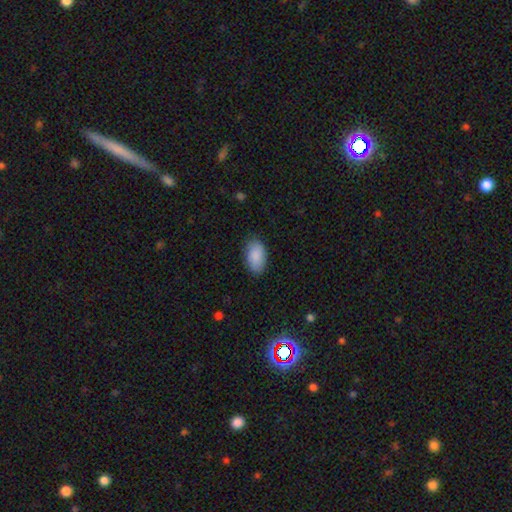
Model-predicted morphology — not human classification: Q: Smooth or featured?
A: smooth (89%); runner-up: star or artifact (6%)
Q: How rounded?
A: in between (94%); runner-up: round (4%)
Q: Merging?
A: none (84%); runner-up: minor disturbance (12%)